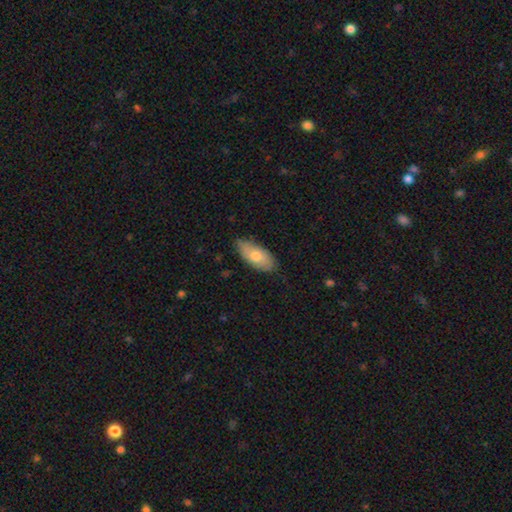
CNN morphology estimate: The model was most divided on "smooth or featured": smooth: 71%, featured or disk: 23%, star or artifact: 6%. More confident: how rounded — in between (88%); merging — none (78%).